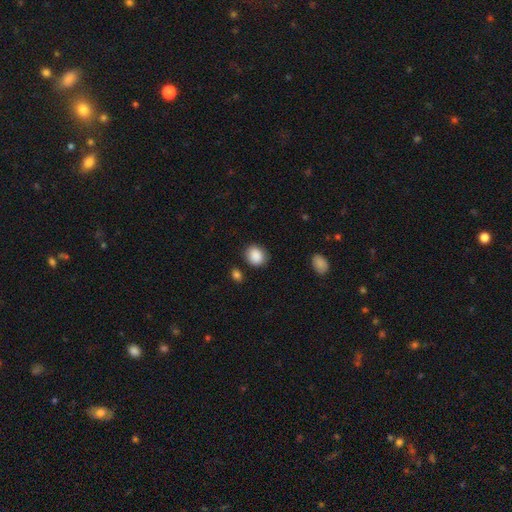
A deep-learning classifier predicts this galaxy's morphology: This is clearly a smooth galaxy (89%). How rounded: likely round (68%). Merging: clearly none (83%).